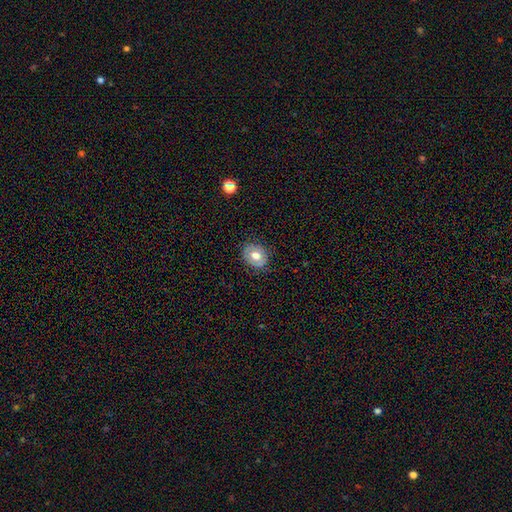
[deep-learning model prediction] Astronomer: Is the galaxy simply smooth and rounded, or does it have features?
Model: smooth — 65%.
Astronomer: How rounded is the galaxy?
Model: round — 59% (runner-up: in between, 40%).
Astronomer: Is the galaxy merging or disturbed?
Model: none — 83%.